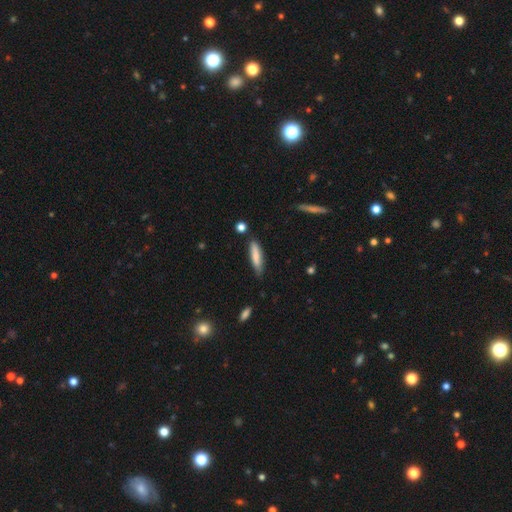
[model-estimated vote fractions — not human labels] Q: Smooth or featured?
A: smooth (75%); runner-up: featured or disk (19%)
Q: How rounded?
A: cigar-shaped (74%); runner-up: in between (25%)
Q: Merging?
A: none (76%); runner-up: minor disturbance (18%)